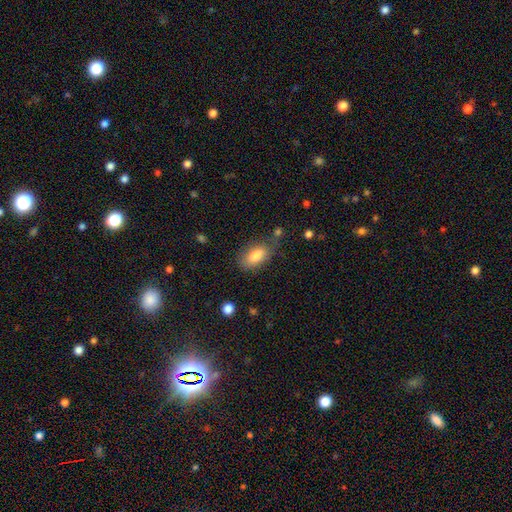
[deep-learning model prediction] This is clearly a smooth galaxy (82%). How rounded: clearly in between (90%). Merging: likely none (67%).